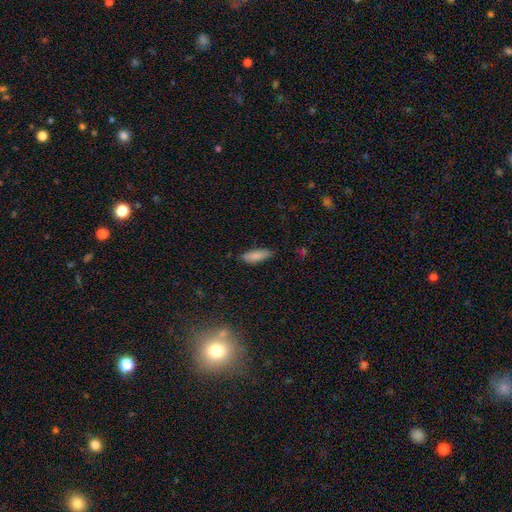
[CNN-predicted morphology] smooth-or-featured: smooth: 86% | star or artifact: 7% | featured or disk: 7%
  how-rounded: in between: 62% | cigar-shaped: 36% | round: 2%
  merging: none: 82% | minor disturbance: 14% | major disturbance: 3% | merger: 1%